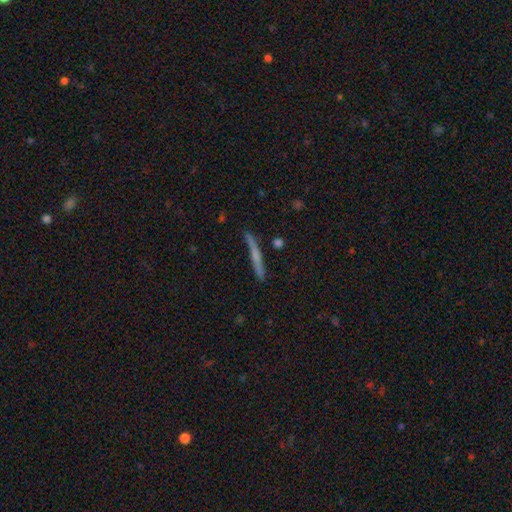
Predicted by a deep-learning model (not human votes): Q: Smooth or featured?
A: featured or disk (47%); runner-up: smooth (46%)
Q: Merging?
A: none (81%); runner-up: minor disturbance (14%)